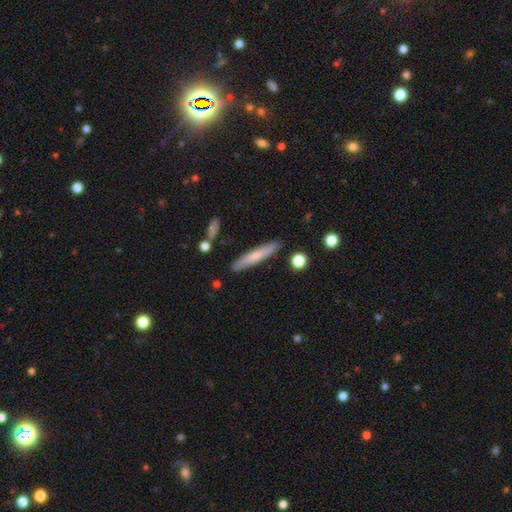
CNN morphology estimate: Smooth or featured? smooth (65%)
How rounded? cigar-shaped (91%)
Merging? none (87%)